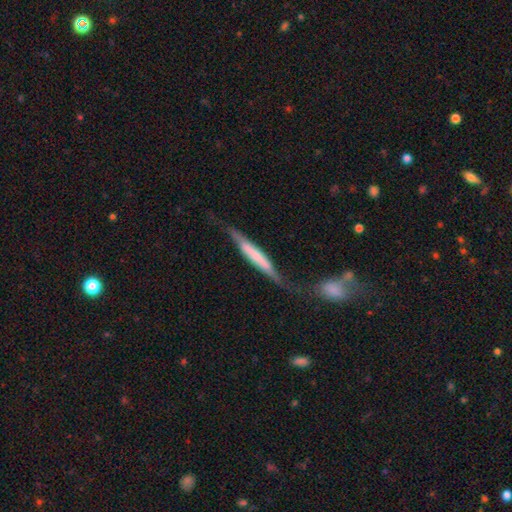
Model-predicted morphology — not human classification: Smooth or featured: featured or disk — 51% (smooth — 43%)
Edge-on disk: yes — 82% (no — 18%)
Merging: none — 40% (minor disturbance — 23%)